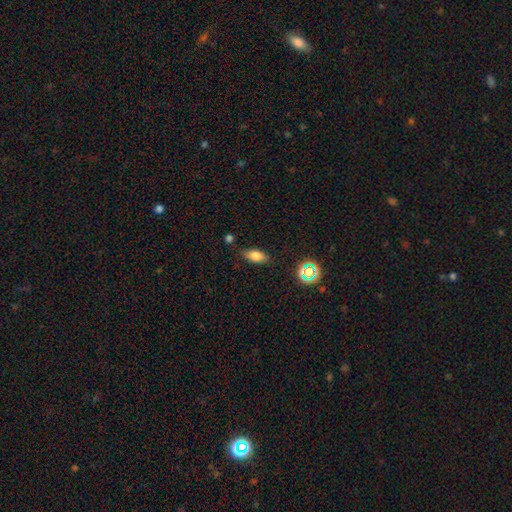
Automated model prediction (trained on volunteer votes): This appears to be a smooth galaxy with no disk features (78%) that is in between round and cigar-shaped (82%). Merging: none (80%).